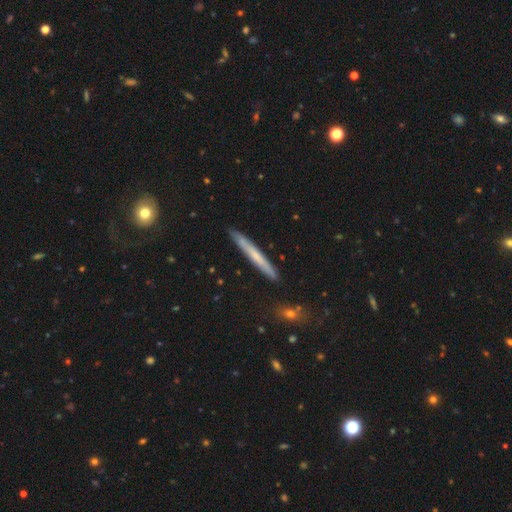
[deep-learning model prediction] Smooth or featured: smooth — 52% (featured or disk — 41%)
How rounded: cigar-shaped — 97% (in between — 2%)
Merging: none — 88% (minor disturbance — 9%)